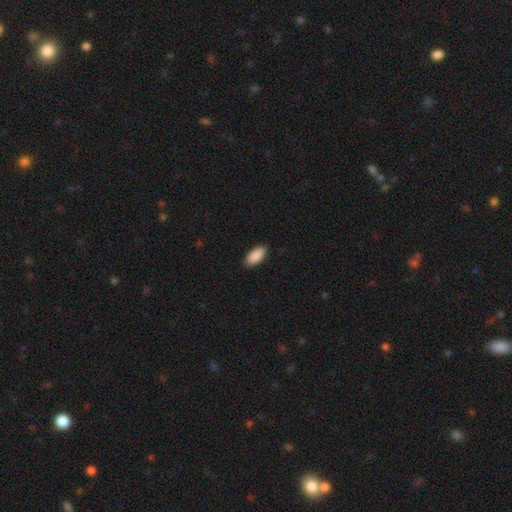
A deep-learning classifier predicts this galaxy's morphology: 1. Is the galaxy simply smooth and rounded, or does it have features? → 91% smooth, 6% star or artifact, 3% featured or disk.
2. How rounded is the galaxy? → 92% in between, 6% cigar-shaped, 2% round.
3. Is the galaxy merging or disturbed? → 90% none, 8% minor disturbance, 2% major disturbance, 1% merger.